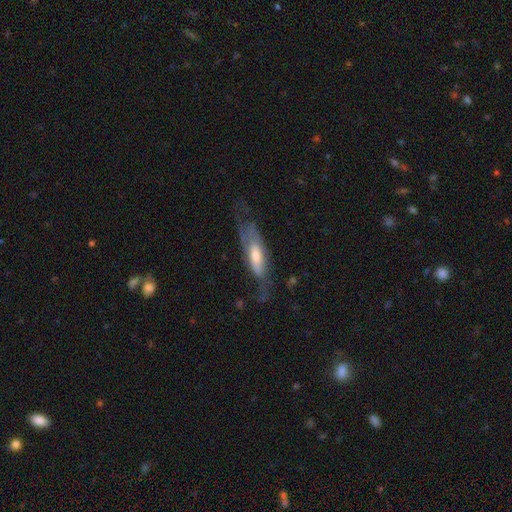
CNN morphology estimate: Smooth or featured: featured or disk — 55% (smooth — 39%)
Edge-on disk: no — 57% (yes — 43%)
Merging: none — 52% (minor disturbance — 25%)